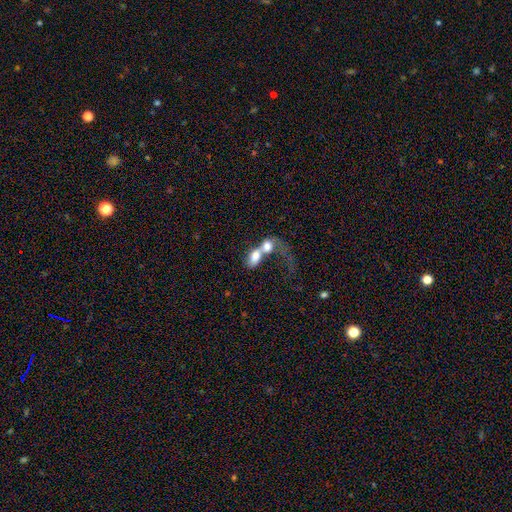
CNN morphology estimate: type=smooth (68%); roundness=in between (79%); merging=merger (78%).